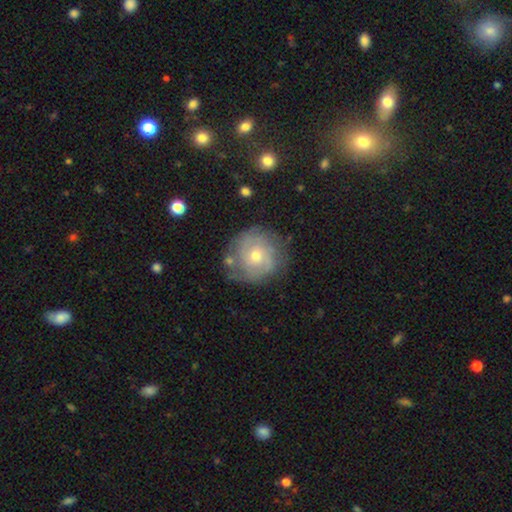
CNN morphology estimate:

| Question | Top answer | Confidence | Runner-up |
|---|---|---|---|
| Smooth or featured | featured or disk | 69% | smooth (24%) |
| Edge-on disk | no | 97% | yes (3%) |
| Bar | no | 71% | weak (25%) |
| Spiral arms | yes | 84% | no (16%) |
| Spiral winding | tight | 58% | medium (31%) |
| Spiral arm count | can't tell | 39% | 2 (32%) |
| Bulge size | moderate | 56% | small (40%) |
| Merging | none | 70% | minor disturbance (19%) |